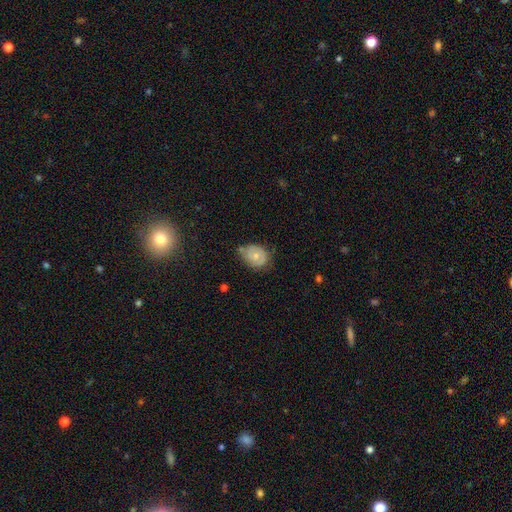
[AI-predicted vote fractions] Q: Smooth or featured?
A: smooth (50%); runner-up: featured or disk (43%)
Q: Merging?
A: none (57%); runner-up: minor disturbance (32%)